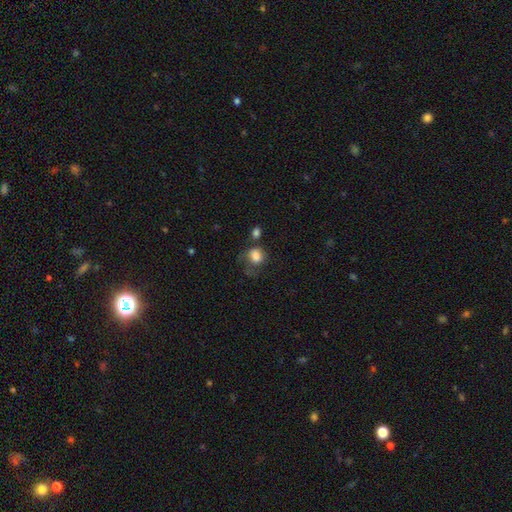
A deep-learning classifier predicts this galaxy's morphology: smooth-or-featured: smooth: 82% | star or artifact: 10% | featured or disk: 9%
  how-rounded: round: 61% | in between: 39% | cigar-shaped: 1%
  merging: none: 42% | minor disturbance: 25% | major disturbance: 21% | merger: 13%